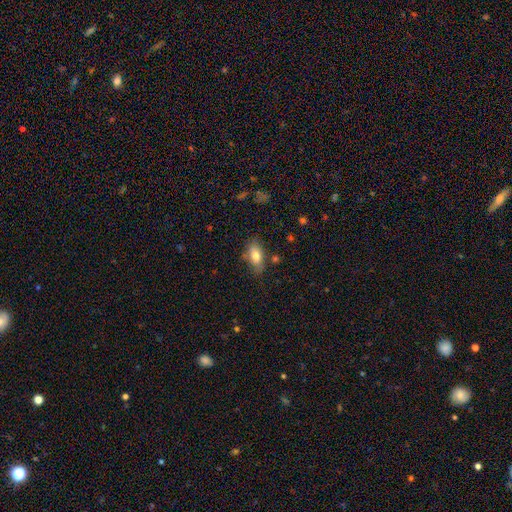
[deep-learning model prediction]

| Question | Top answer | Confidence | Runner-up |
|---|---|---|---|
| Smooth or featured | smooth | 77% | featured or disk (15%) |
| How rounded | in between | 86% | cigar-shaped (8%) |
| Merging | none | 71% | minor disturbance (20%) |